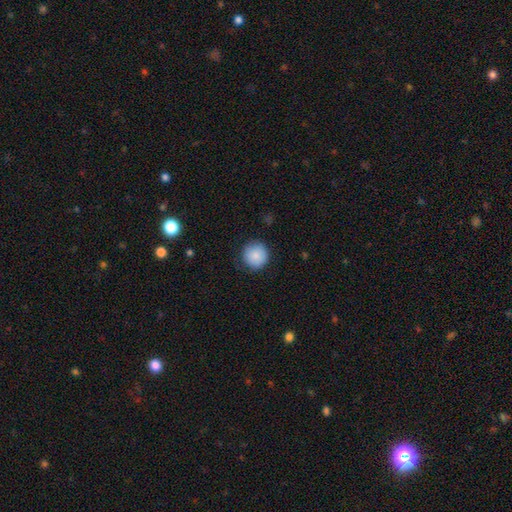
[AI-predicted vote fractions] A smooth galaxy with no disk features (87%) that is round (95%).

Vote fractions:
- Smooth or featured? smooth: 87% / star or artifact: 8% / featured or disk: 5%
- How rounded? round: 95% / in between: 4% / cigar-shaped: 1%
- Merging? none: 86% / minor disturbance: 10% / major disturbance: 2% / merger: 1%